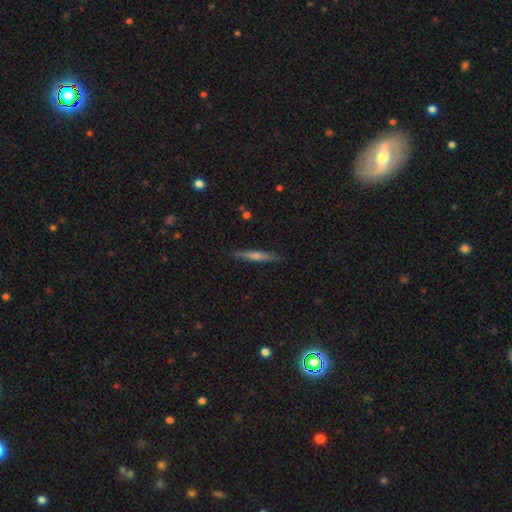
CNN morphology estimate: A featured or disk galaxy (59%) viewed edge-on (96%) with a rounded central bulge (68%).

Vote fractions:
- Smooth or featured? featured or disk: 59% / smooth: 30% / star or artifact: 11%
- Edge-on disk? yes: 96% / no: 4%
- Edge-on bulge? rounded: 68% / none: 22% / boxy: 11%
- Merging? none: 90% / minor disturbance: 8% / major disturbance: 2% / merger: 1%